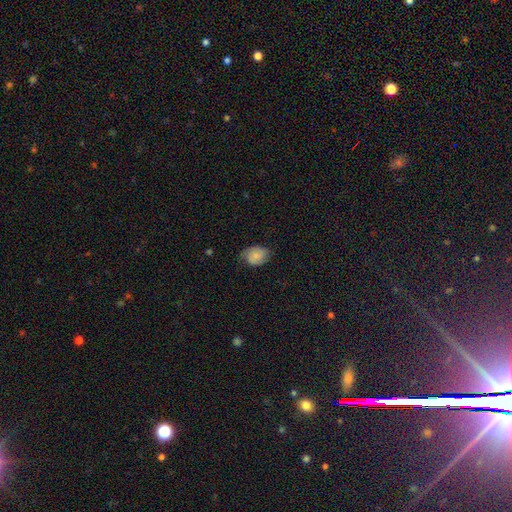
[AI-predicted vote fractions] Overall: smooth (68%). How rounded: in between (65%; round 34%). Merging: none (62%; minor disturbance 29%).